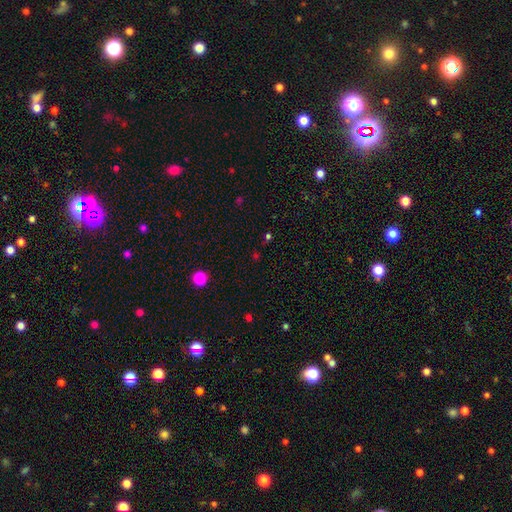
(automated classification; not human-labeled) Smooth or featured? star or artifact (56%)